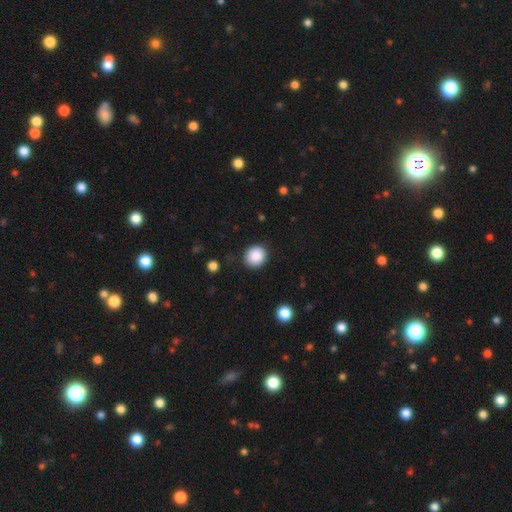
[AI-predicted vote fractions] smooth-or-featured: smooth: 88% | star or artifact: 9% | featured or disk: 3%
  how-rounded: round: 85% | in between: 14% | cigar-shaped: 1%
  merging: none: 88% | minor disturbance: 8% | major disturbance: 3% | merger: 1%